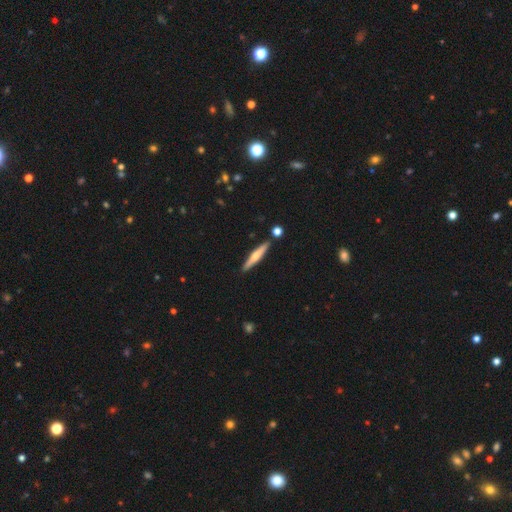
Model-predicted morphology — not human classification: featured or disk 50%, smooth 45%, star or artifact 6%. Down the decision tree: merging — none (87%).